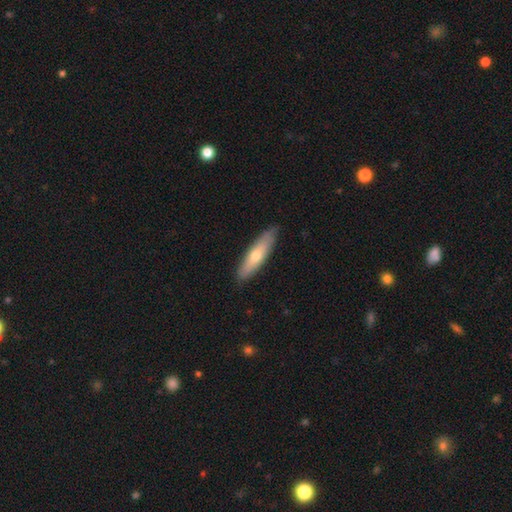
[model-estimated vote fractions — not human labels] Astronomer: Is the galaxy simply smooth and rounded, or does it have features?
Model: smooth — 60% (runner-up: featured or disk, 35%).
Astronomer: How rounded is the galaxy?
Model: cigar-shaped — 68%.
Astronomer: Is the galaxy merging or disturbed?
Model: none — 85%.